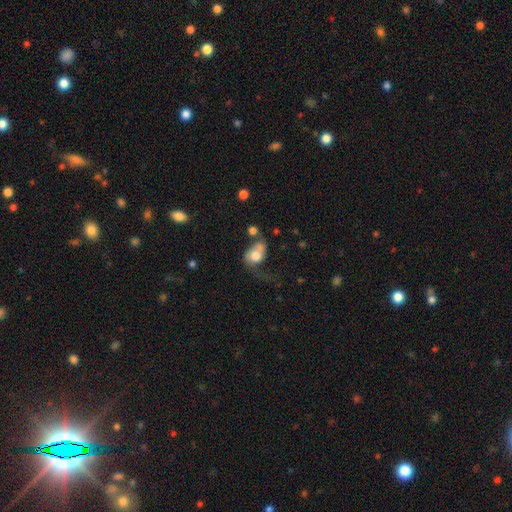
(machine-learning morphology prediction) smooth 60%, featured or disk 32%, star or artifact 8%. Down the decision tree: how rounded — in between (67%); merging — major disturbance (39%).